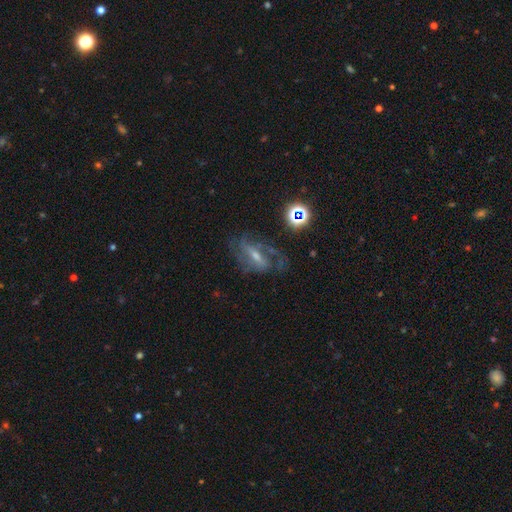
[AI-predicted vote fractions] Smooth or featured: featured or disk — 74% (smooth — 14%)
Edge-on disk: no — 90% (yes — 10%)
Bar: weak — 41% (strong — 38%)
Spiral arms: yes — 88% (no — 12%)
Spiral winding: medium — 47% (tight — 29%)
Spiral arm count: 2 — 49% (can't tell — 25%)
Bulge size: small — 46% (moderate — 41%)
Merging: none — 58% (major disturbance — 20%)